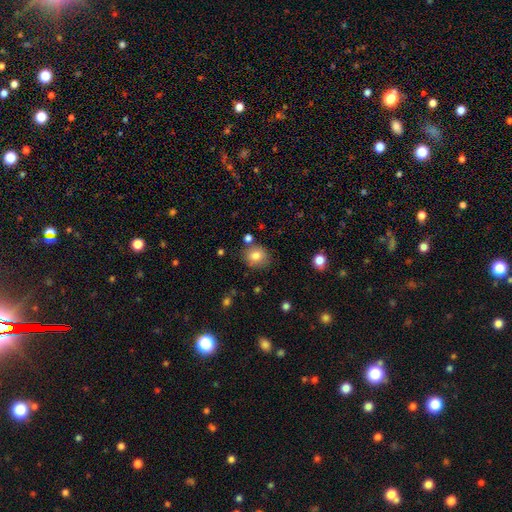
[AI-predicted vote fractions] Smooth or featured? Predicted: smooth (p=0.81). How rounded? Predicted: round (p=0.69). Merging? Predicted: none (p=0.78).